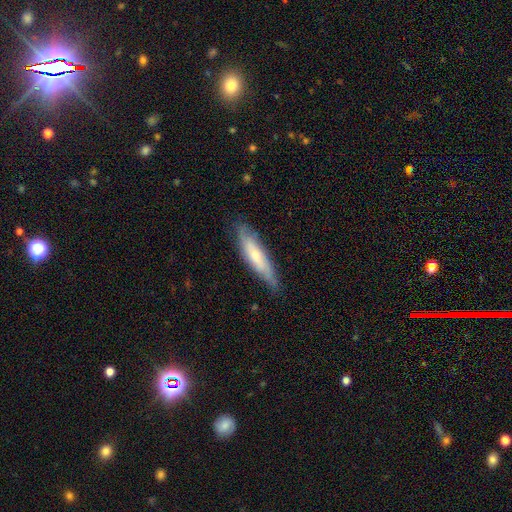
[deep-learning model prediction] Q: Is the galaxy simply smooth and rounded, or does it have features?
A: smooth — 49%.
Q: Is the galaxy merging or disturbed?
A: none — 75%.